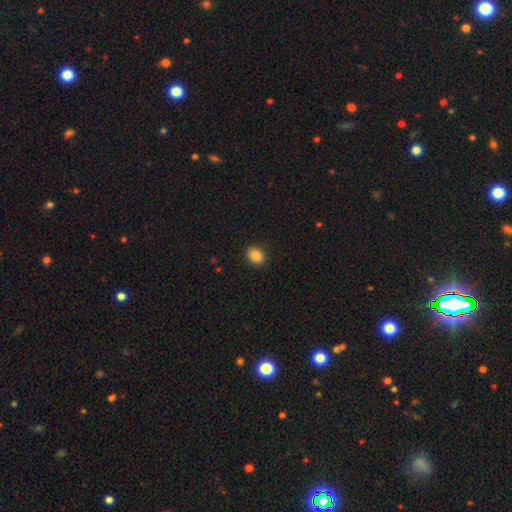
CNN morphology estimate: This appears to be a smooth galaxy with no disk features (86%) that is in between round and cigar-shaped (50%). Merging: none (91%).